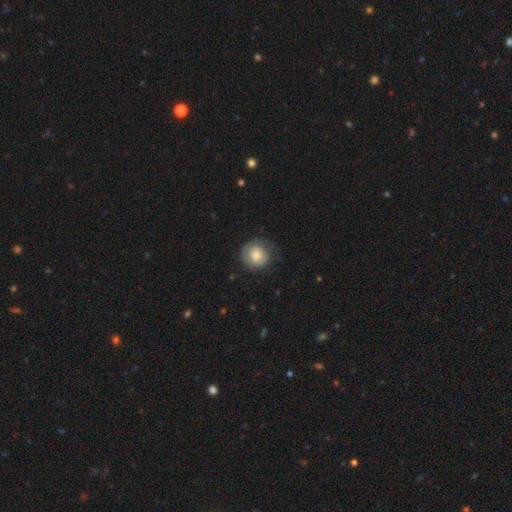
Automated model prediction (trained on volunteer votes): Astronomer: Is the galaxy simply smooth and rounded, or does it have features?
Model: smooth — 66%.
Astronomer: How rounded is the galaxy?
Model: round — 89%.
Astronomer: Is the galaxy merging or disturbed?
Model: none — 68%.